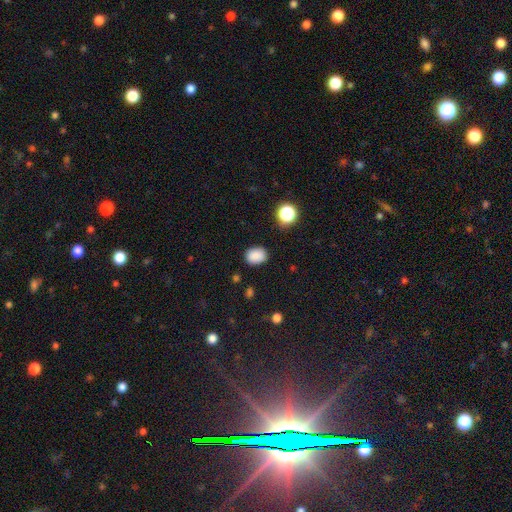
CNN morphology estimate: Smooth or featured?
  - smooth: 86% *
  - star or artifact: 10%
  - featured or disk: 4%
How rounded?
  - in between: 61% *
  - round: 39%
  - cigar-shaped: 1%
Merging?
  - none: 83% *
  - minor disturbance: 12%
  - major disturbance: 3%
  - merger: 2%